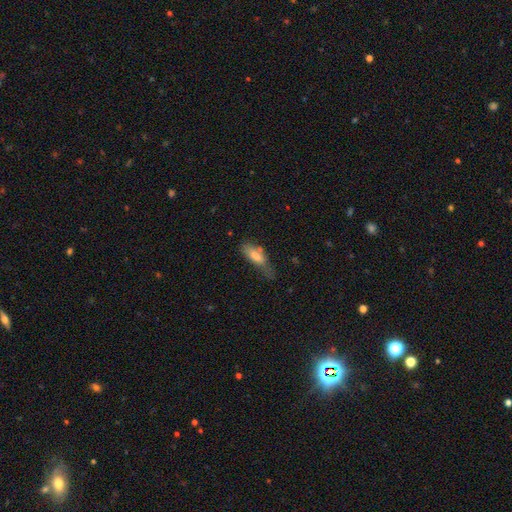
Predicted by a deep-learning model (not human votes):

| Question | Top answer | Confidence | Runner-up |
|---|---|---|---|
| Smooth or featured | smooth | 71% | featured or disk (21%) |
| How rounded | in between | 63% | cigar-shaped (34%) |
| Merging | none | 40% | minor disturbance (35%) |